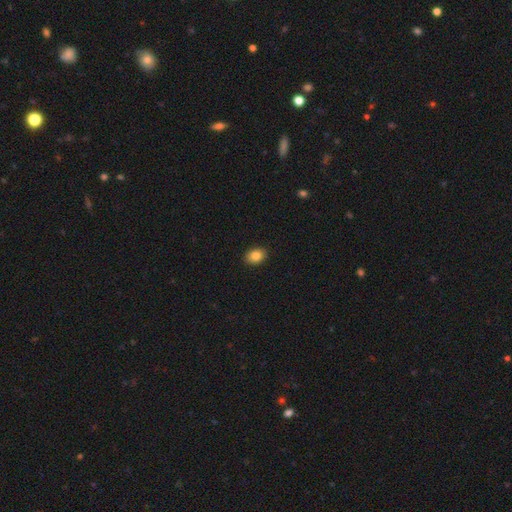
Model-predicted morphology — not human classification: Overall: smooth (85%). How rounded: in between (68%; round 31%). Merging: none (90%).